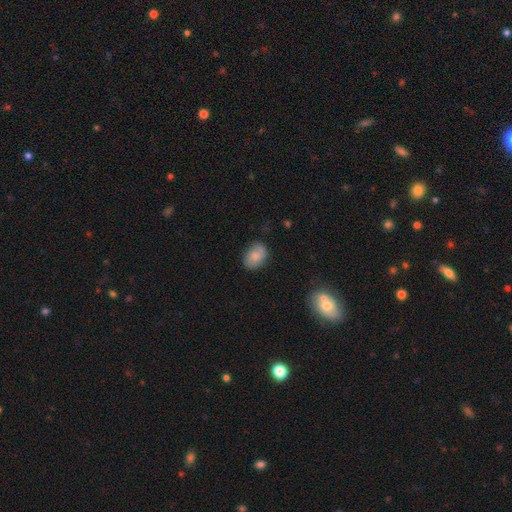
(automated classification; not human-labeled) Smooth or featured?
  - smooth: 77% *
  - featured or disk: 16%
  - star or artifact: 8%
How rounded?
  - in between: 73% *
  - round: 26%
  - cigar-shaped: 1%
Merging?
  - none: 72% *
  - minor disturbance: 22%
  - major disturbance: 5%
  - merger: 2%